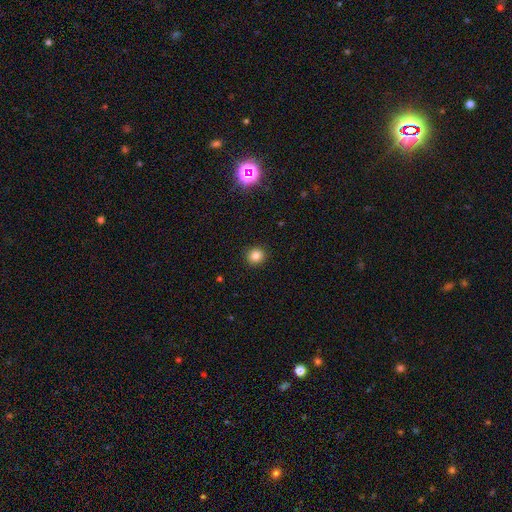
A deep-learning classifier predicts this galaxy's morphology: This appears to be a smooth galaxy with no disk features (84%) that is round (87%). Merging: none (92%).